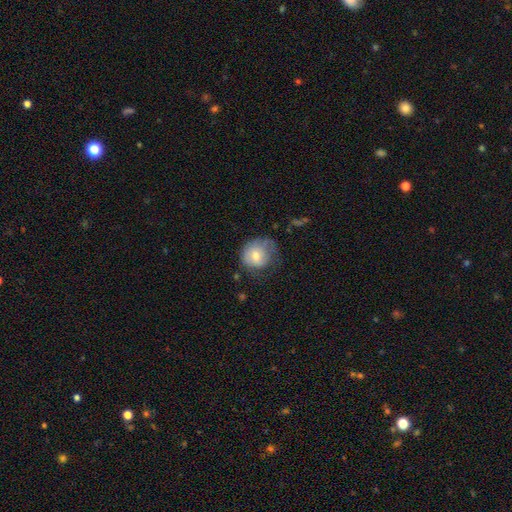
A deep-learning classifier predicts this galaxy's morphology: Smooth or featured? Predicted: smooth (p=0.69). How rounded? Predicted: round (p=0.80). Merging? Predicted: none (p=0.47).